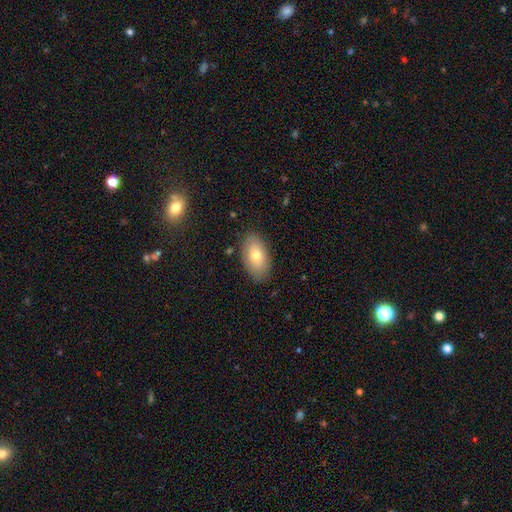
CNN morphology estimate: A smooth galaxy with no disk features (72%) that is in between round and cigar-shaped (93%). Merging: none (84%).